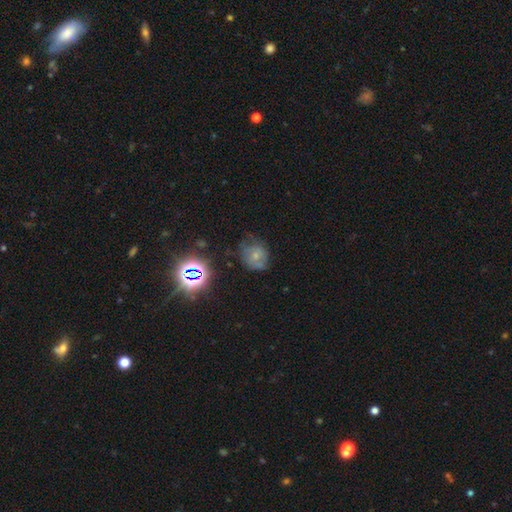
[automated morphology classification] smooth_or_featured: smooth (p=0.47) [alt: featured or disk p=0.34]
merging: none (p=0.51) [alt: minor disturbance p=0.30]